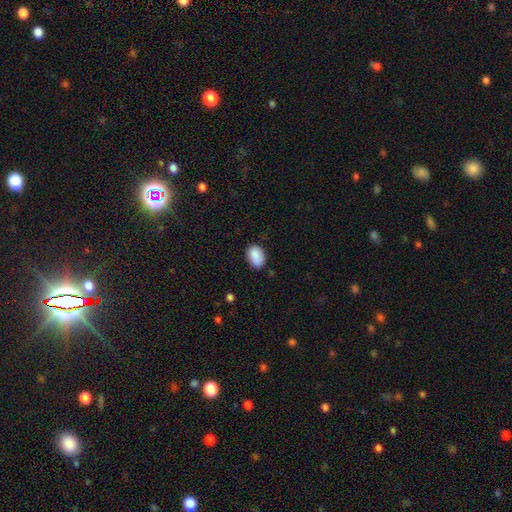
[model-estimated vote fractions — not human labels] A smooth galaxy with no disk features (88%) that is in between round and cigar-shaped (84%).

Vote fractions:
- Smooth or featured? smooth: 88% / star or artifact: 8% / featured or disk: 4%
- How rounded? in between: 84% / round: 15% / cigar-shaped: 1%
- Merging? none: 76% / minor disturbance: 19% / major disturbance: 3% / merger: 2%